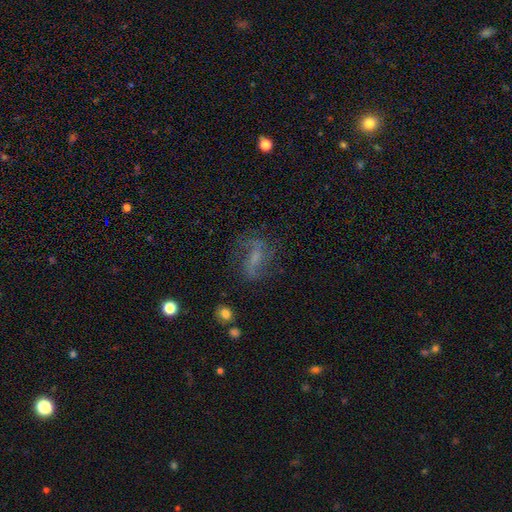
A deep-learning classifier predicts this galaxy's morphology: Smooth or featured: featured or disk — 61% (smooth — 25%)
Edge-on disk: no — 93% (yes — 7%)
Bar: weak — 43% (no — 30%)
Spiral arms: yes — 80% (no — 20%)
Bulge size: none — 38% (small — 34%)
Merging: none — 61% (minor disturbance — 19%)